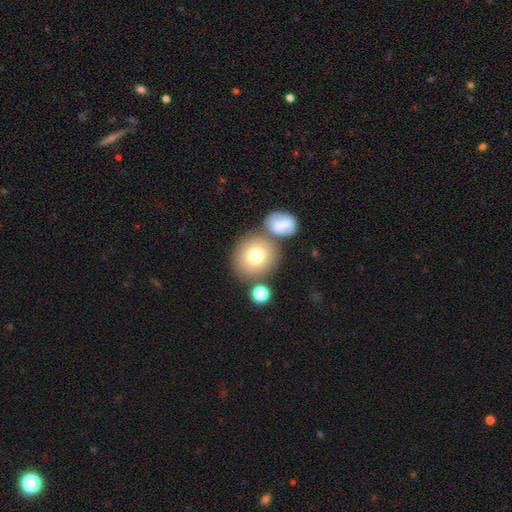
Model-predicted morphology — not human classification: The model was most divided on "merging": none: 67%, merger: 18%, minor disturbance: 11%, major disturbance: 4%. More confident: how rounded — round (88%); smooth or featured — smooth (75%).